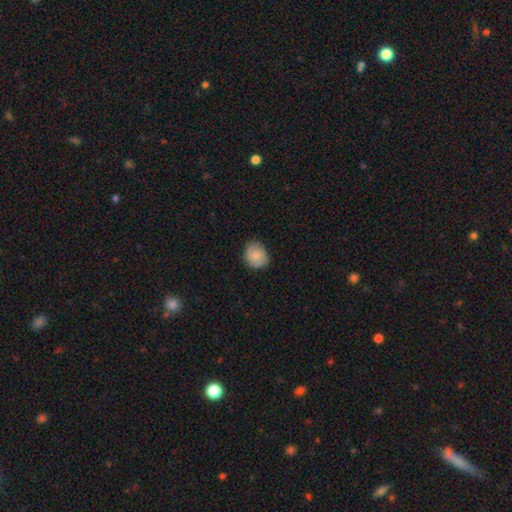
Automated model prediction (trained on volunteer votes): Morphology: type=smooth (80%); roundness=round (62%); merging=none (79%).